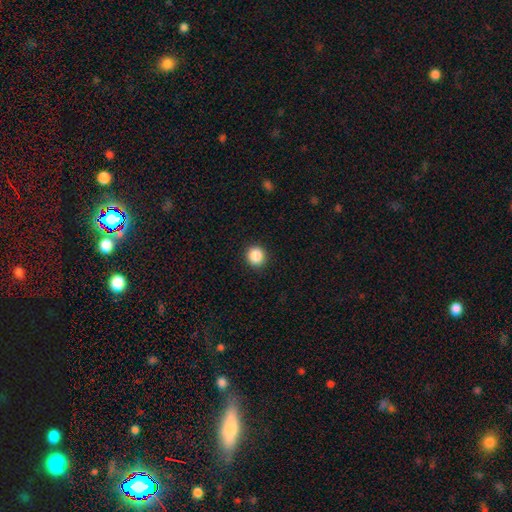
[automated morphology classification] Smooth or featured?
  - smooth: 88% *
  - star or artifact: 9%
  - featured or disk: 3%
How rounded?
  - round: 91% *
  - in between: 8%
  - cigar-shaped: 1%
Merging?
  - none: 92% *
  - minor disturbance: 5%
  - major disturbance: 2%
  - merger: 1%